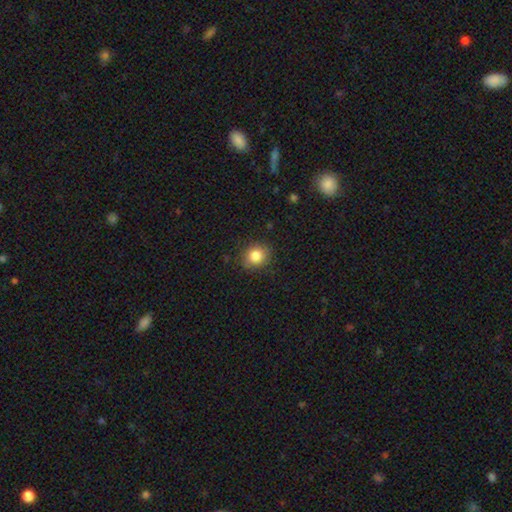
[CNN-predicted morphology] This is clearly a smooth galaxy (84%). How rounded: likely round (77%). Merging: clearly none (86%).